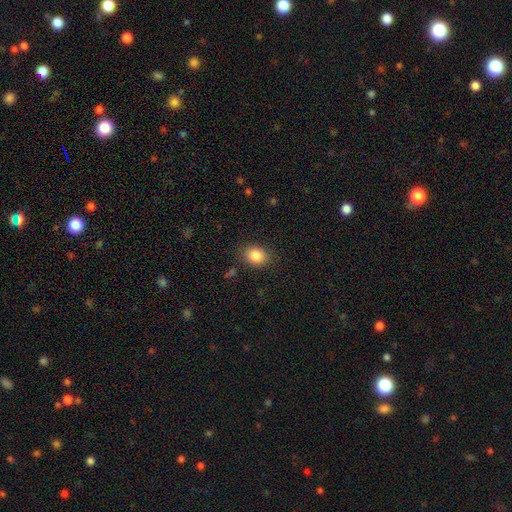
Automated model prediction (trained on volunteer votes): Morphology: type=smooth (85%); roundness=in between (52%); merging=none (85%).